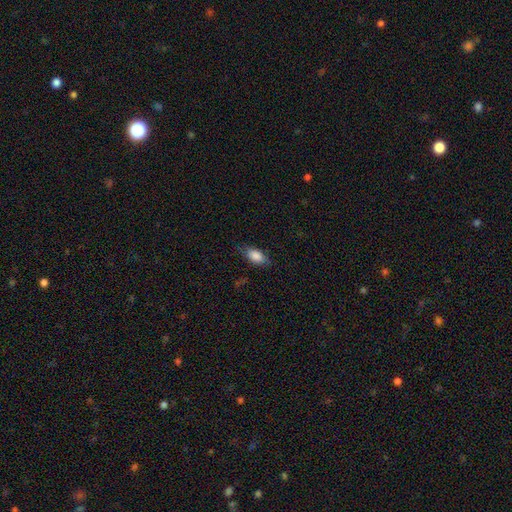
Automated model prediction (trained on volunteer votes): A smooth galaxy with no disk features (84%) that is in between round and cigar-shaped (88%). Merging: none (75%).